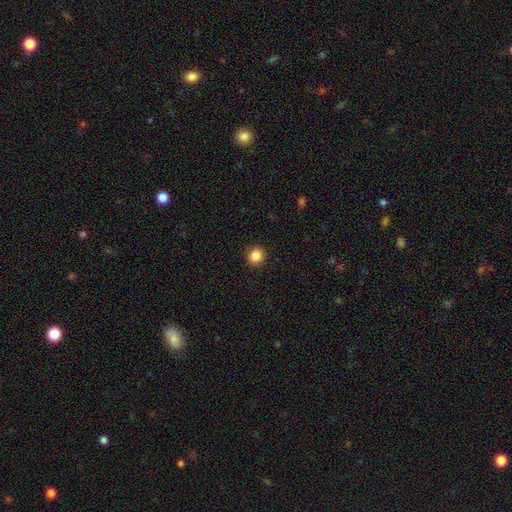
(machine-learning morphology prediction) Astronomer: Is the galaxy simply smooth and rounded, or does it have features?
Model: smooth — 86%.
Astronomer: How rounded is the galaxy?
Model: round — 91%.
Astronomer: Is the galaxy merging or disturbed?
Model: none — 93%.